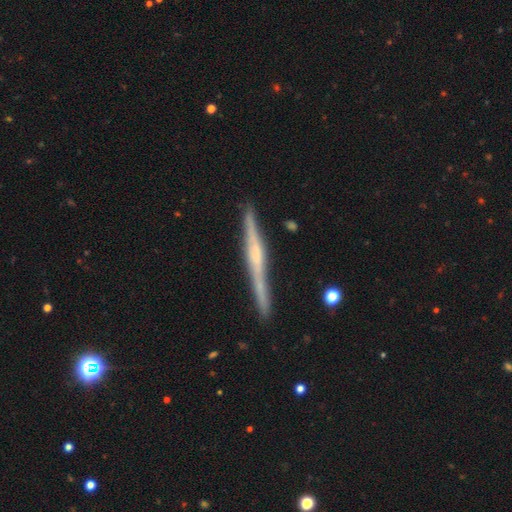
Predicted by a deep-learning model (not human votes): Smooth or featured? Predicted: featured or disk (p=0.76). Edge-on disk? Predicted: yes (p=0.98). Edge-on bulge? Predicted: rounded (p=0.40). Merging? Predicted: none (p=0.87).